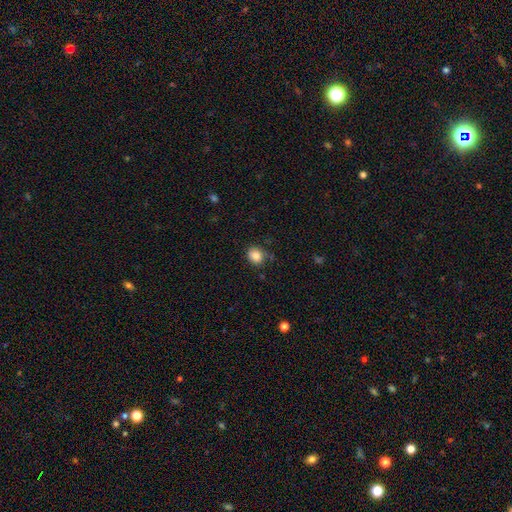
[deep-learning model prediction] smooth_or_featured: smooth (p=0.85) [alt: star or artifact p=0.10]
how_rounded: round (p=0.71) [alt: in between p=0.28]
merging: none (p=0.81) [alt: minor disturbance p=0.13]